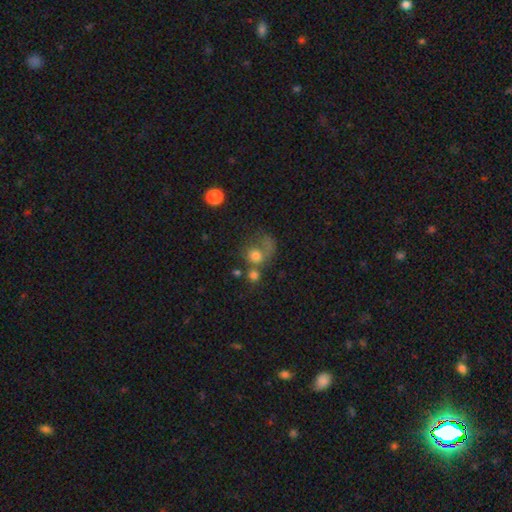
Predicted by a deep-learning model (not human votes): Overall: smooth (65%). How rounded: round (74%). Merging: merger (32%; major disturbance 30%).